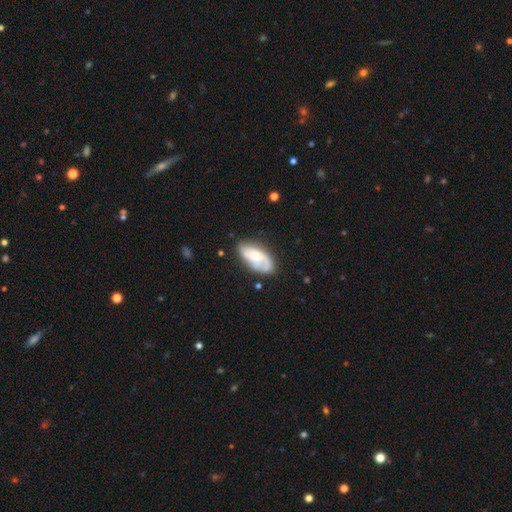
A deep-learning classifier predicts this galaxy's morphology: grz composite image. It shows a featured or disk galaxy (56%) with no bar (69%), spiral arms (83%) and a moderate central bulge (48%). Merging: none (65%).